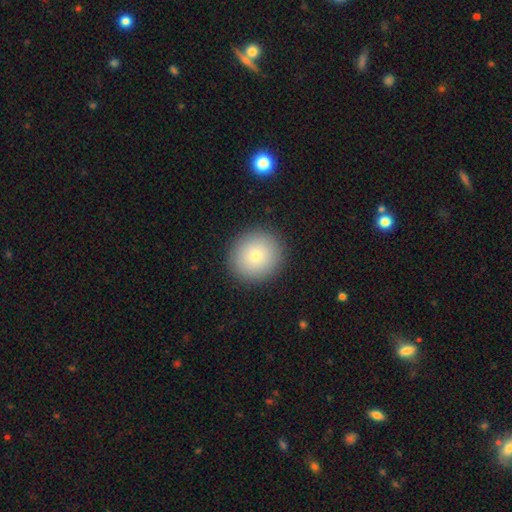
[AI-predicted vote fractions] Smooth or featured? Predicted: smooth (p=0.78). How rounded? Predicted: round (p=0.92). Merging? Predicted: none (p=0.91).